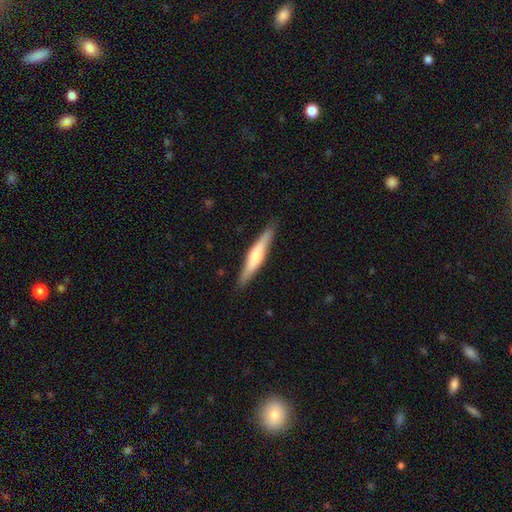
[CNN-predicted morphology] The model was most divided on "smooth or featured": smooth: 50%, featured or disk: 45%, star or artifact: 5%. More confident: merging — none (88%).